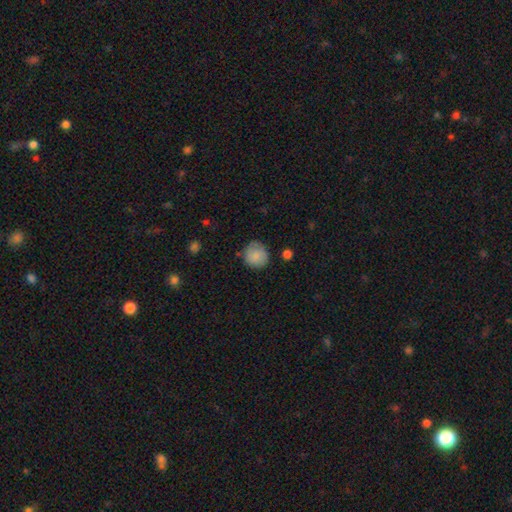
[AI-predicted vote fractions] smooth 83%, featured or disk 10%, star or artifact 8%. Down the decision tree: how rounded — round (88%); merging — none (74%).